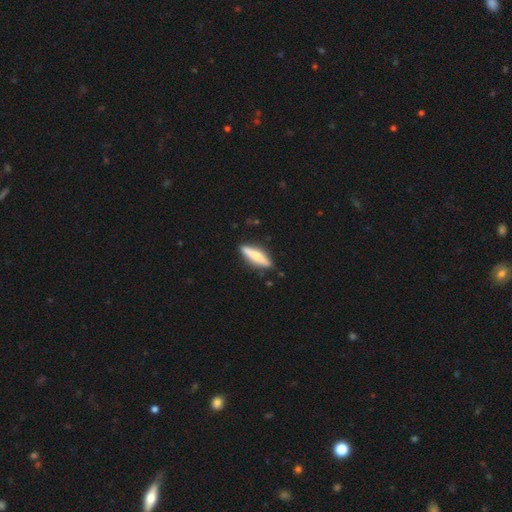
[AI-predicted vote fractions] A smooth galaxy with no disk features (48%). Merging: none (87%).